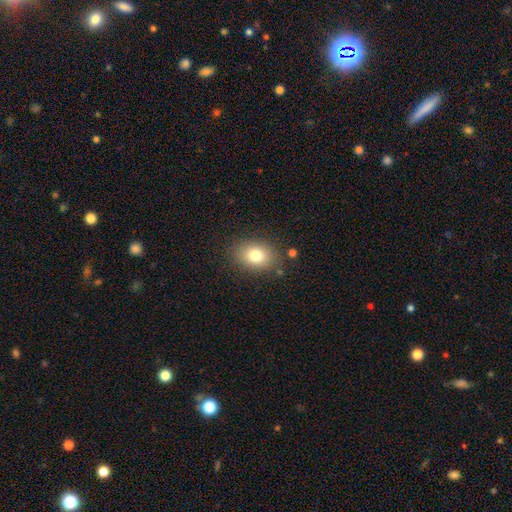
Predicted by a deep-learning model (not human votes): Smooth or featured? Predicted: smooth (p=0.79). How rounded? Predicted: in between (p=0.69). Merging? Predicted: none (p=0.83).